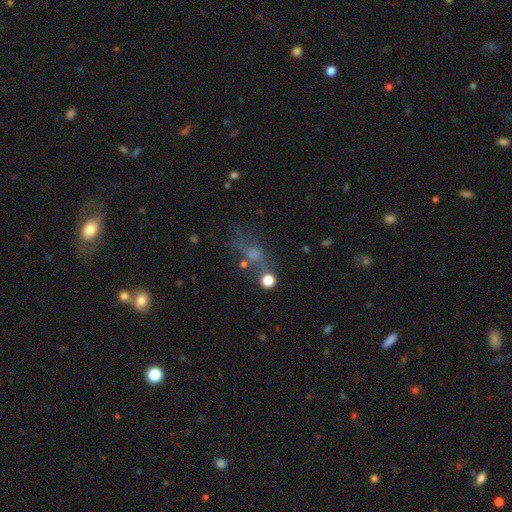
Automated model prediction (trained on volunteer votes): Smooth or featured: smooth — 42% (star or artifact — 34%)
Merging: none — 53% (merger — 17%)